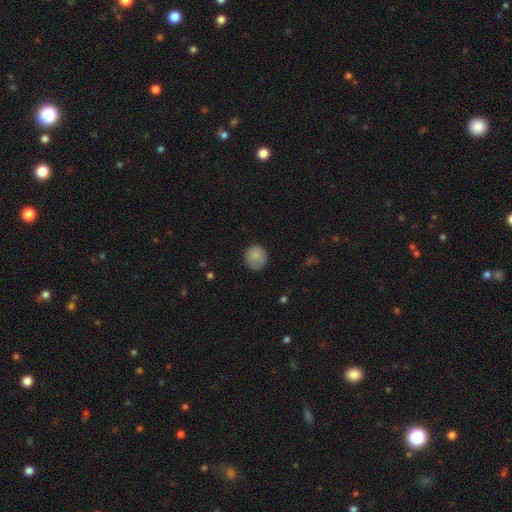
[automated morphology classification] smooth 83%, featured or disk 9%, star or artifact 8%. Down the decision tree: how rounded — round (90%); merging — none (81%).